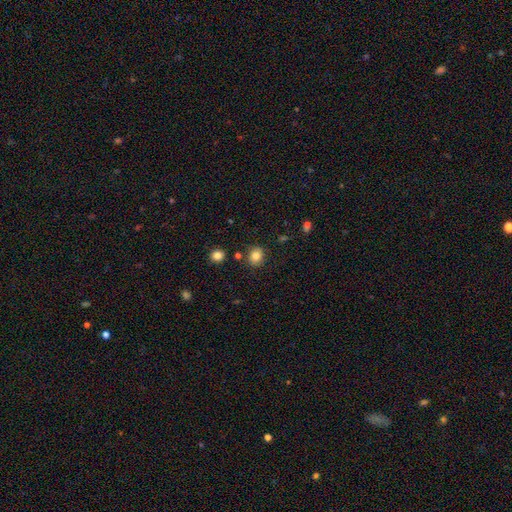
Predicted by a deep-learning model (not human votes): Morphology: type=smooth (83%); roundness=round (65%); merging=none (83%).